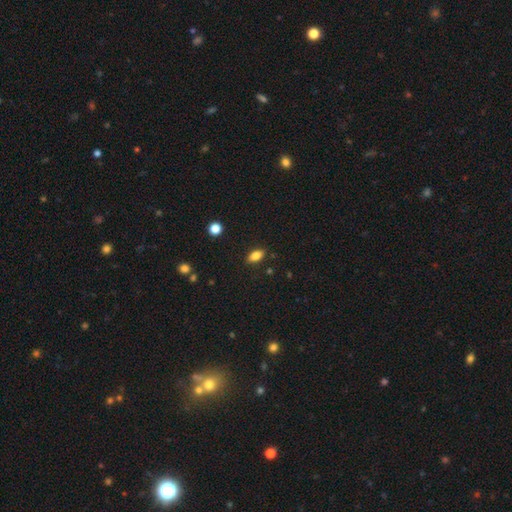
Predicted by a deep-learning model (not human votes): Q: Smooth or featured?
A: smooth (82%); runner-up: star or artifact (9%)
Q: How rounded?
A: in between (87%); runner-up: cigar-shaped (7%)
Q: Merging?
A: none (87%); runner-up: minor disturbance (9%)